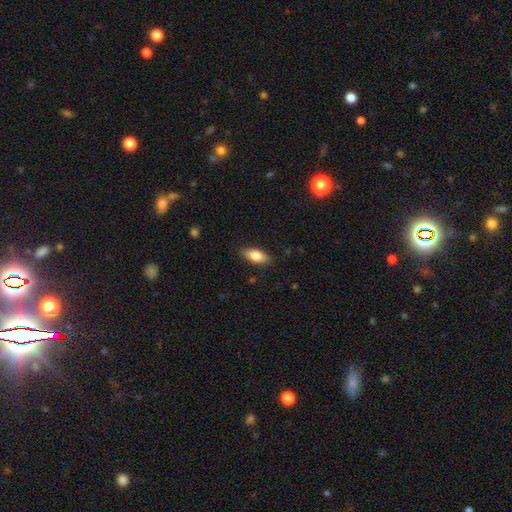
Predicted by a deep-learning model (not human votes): smooth_or_featured: smooth (p=0.80) [alt: featured or disk p=0.14]
how_rounded: in between (p=0.82) [alt: cigar-shaped p=0.16]
merging: none (p=0.87) [alt: minor disturbance p=0.10]